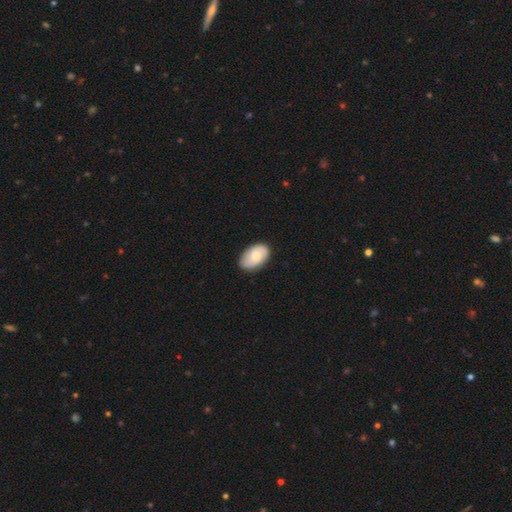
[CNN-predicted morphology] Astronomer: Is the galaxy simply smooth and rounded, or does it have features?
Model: smooth — 76%.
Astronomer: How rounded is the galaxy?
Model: in between — 93%.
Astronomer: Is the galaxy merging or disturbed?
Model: none — 83%.